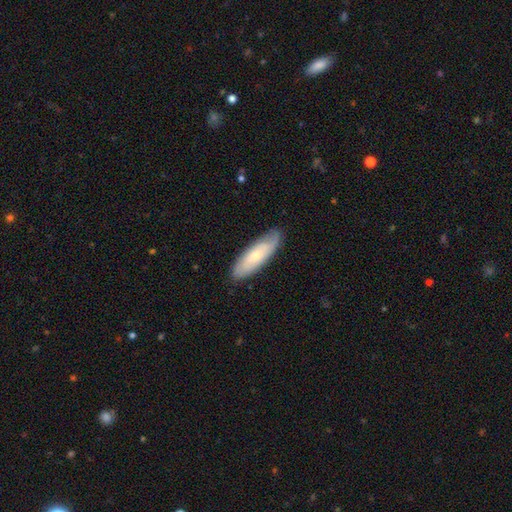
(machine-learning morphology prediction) type=smooth (53%); roundness=in between (51%); merging=none (81%).